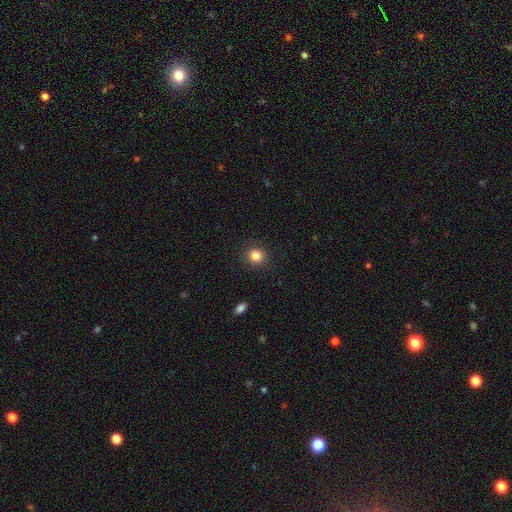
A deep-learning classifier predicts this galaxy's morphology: This is clearly a smooth galaxy (84%). How rounded: clearly round (90%). Merging: clearly none (90%).